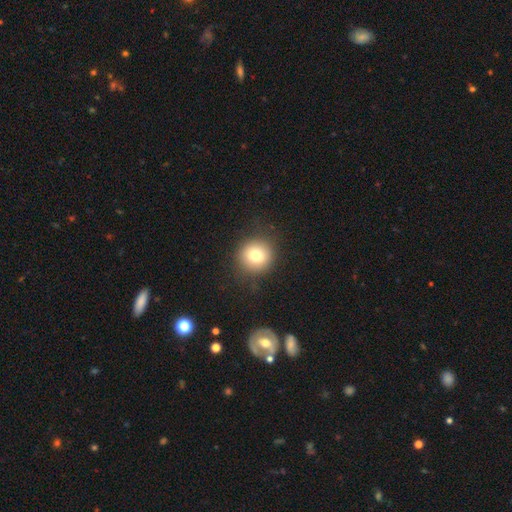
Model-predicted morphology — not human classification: Smooth or featured: smooth — 78% (star or artifact — 11%)
How rounded: round — 92% (in between — 8%)
Merging: none — 88% (minor disturbance — 8%)